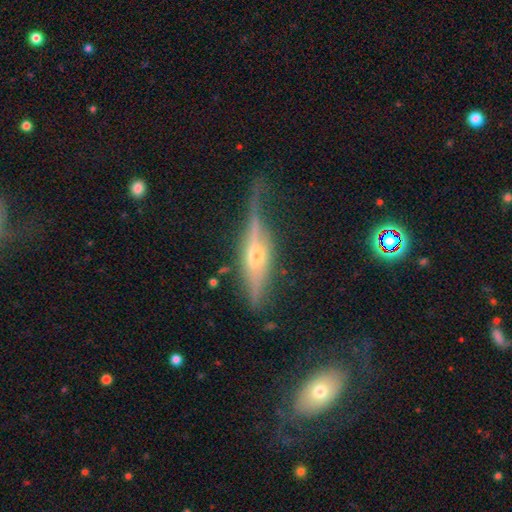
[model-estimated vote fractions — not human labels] Smooth or featured? Predicted: featured or disk (p=0.77). Edge-on disk? Predicted: yes (p=0.91). Edge-on bulge? Predicted: rounded (p=0.83). Merging? Predicted: none (p=0.56).